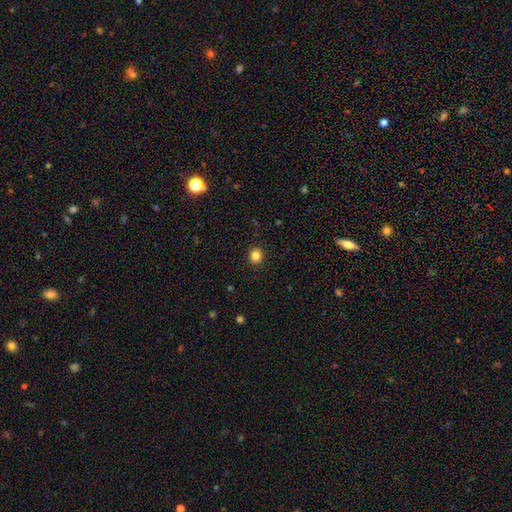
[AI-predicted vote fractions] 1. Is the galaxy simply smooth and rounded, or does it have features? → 83% smooth, 12% star or artifact, 5% featured or disk.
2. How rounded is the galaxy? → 84% round, 15% in between, 1% cigar-shaped.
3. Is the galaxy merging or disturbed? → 92% none, 6% minor disturbance, 2% major disturbance, 1% merger.